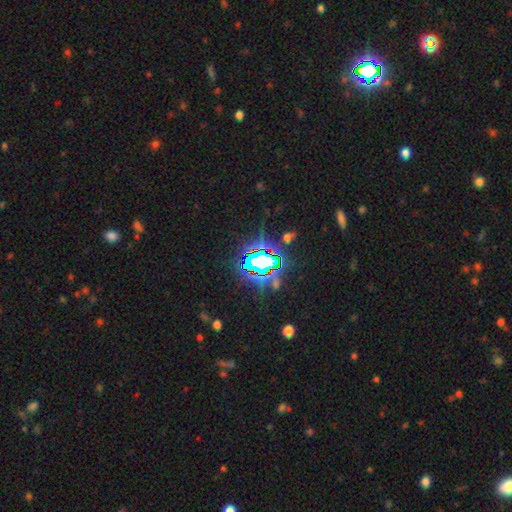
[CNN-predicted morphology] Q: Smooth or featured?
A: star or artifact (77%); runner-up: smooth (12%)